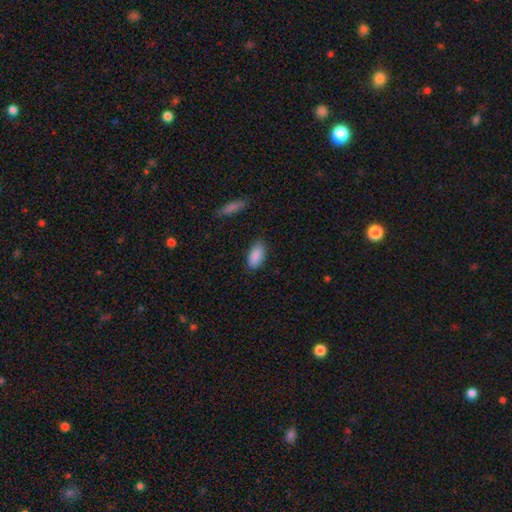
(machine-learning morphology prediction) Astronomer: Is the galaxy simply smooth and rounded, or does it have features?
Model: smooth — 88%.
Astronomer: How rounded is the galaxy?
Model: in between — 91%.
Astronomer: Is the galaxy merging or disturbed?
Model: none — 81%.